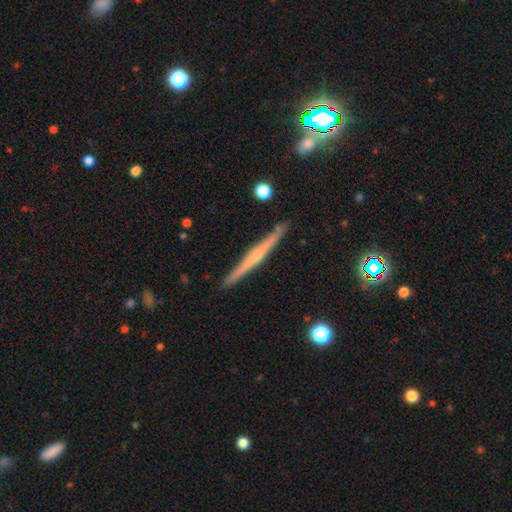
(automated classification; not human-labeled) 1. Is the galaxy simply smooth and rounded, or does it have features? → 68% featured or disk, 25% smooth, 7% star or artifact.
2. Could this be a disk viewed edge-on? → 98% yes, 2% no.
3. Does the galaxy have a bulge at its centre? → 58% rounded, 34% none, 7% boxy.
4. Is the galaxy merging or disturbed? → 91% none, 7% minor disturbance, 1% merger, 1% major disturbance.